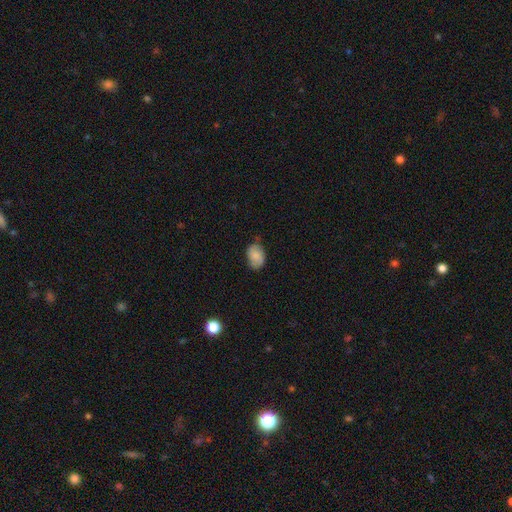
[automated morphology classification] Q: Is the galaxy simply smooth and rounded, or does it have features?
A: smooth — 73%.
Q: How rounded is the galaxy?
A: in between — 83%.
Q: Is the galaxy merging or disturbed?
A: none — 66%.